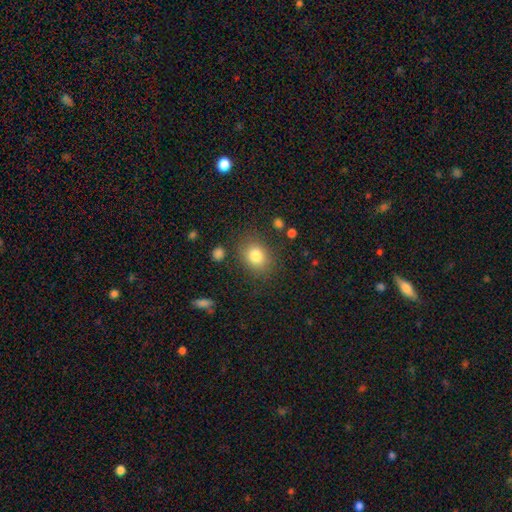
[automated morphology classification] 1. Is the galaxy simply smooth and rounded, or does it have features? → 82% smooth, 10% star or artifact, 8% featured or disk.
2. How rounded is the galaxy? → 52% round, 47% in between, 1% cigar-shaped.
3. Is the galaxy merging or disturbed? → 78% none, 14% minor disturbance, 5% major disturbance, 3% merger.